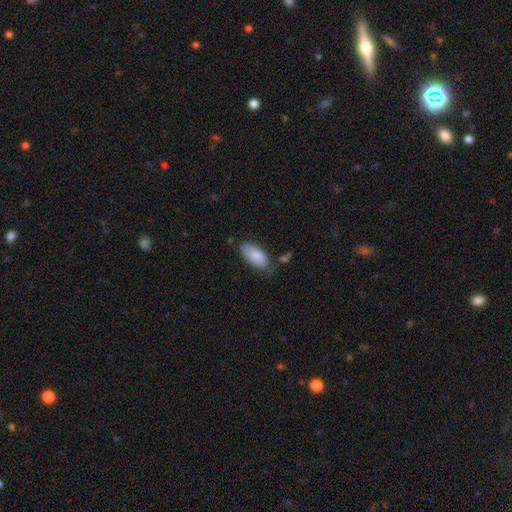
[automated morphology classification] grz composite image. It shows a smooth galaxy with no disk features (86%) that is in between round and cigar-shaped (91%). Merging: none (71%).